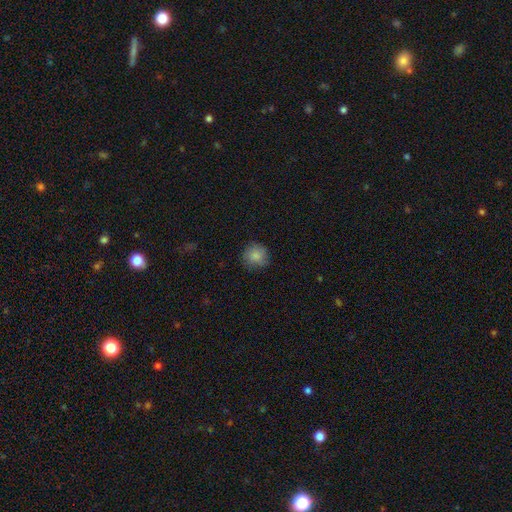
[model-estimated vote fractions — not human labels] smooth-or-featured: smooth: 86% | star or artifact: 9% | featured or disk: 6%
  how-rounded: round: 90% | in between: 9% | cigar-shaped: 1%
  merging: none: 82% | minor disturbance: 14% | major disturbance: 3% | merger: 1%